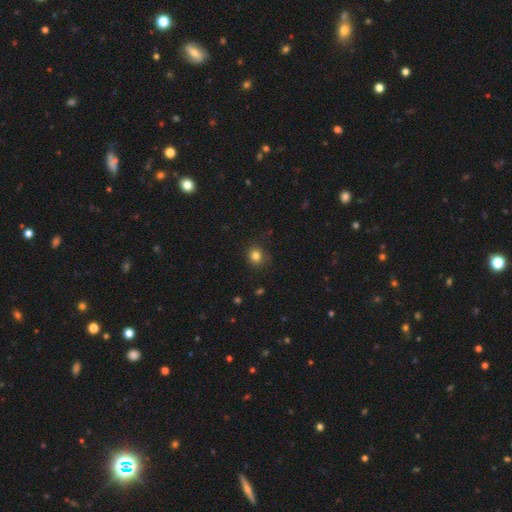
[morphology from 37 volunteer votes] type=smooth (92%); roundness=round (94%); merging=none (89%).